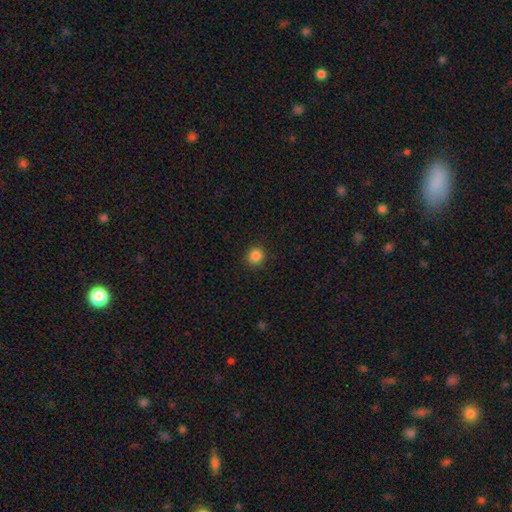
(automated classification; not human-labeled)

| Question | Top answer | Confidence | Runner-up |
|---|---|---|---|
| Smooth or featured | smooth | 86% | star or artifact (11%) |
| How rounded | round | 93% | in between (7%) |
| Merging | none | 91% | minor disturbance (6%) |